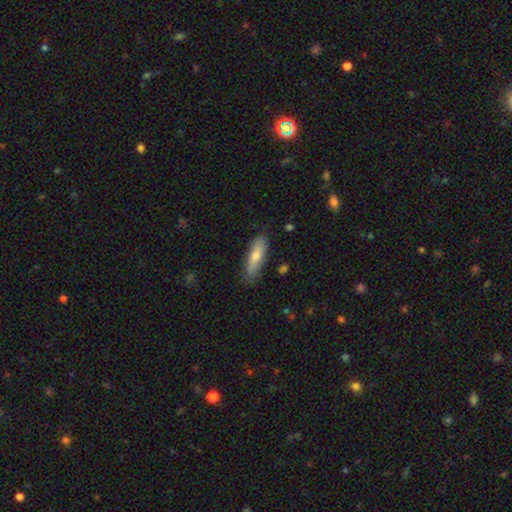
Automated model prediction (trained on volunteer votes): Overall: smooth (71%). How rounded: cigar-shaped (53%; in between 45%). Merging: none (79%).